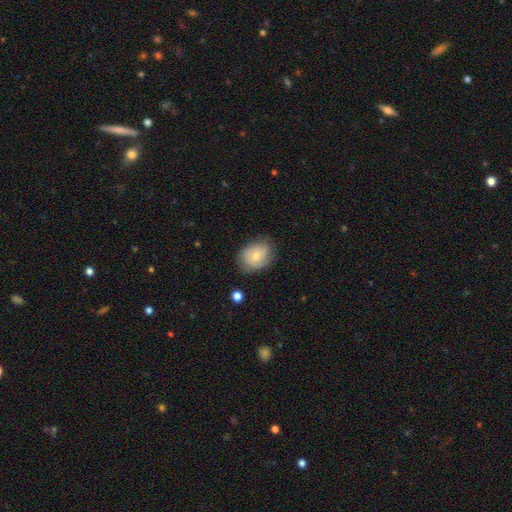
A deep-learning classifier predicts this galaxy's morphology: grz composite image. It shows a smooth galaxy with no disk features (63%) that is in between round and cigar-shaped (56%). Merging: none (70%).